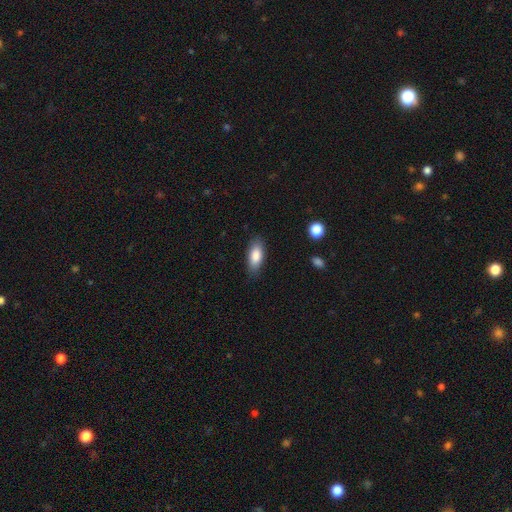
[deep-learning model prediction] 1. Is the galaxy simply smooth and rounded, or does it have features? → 84% smooth, 10% featured or disk, 6% star or artifact.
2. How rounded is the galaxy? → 81% in between, 17% cigar-shaped, 2% round.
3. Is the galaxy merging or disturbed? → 83% none, 13% minor disturbance, 3% major disturbance, 1% merger.